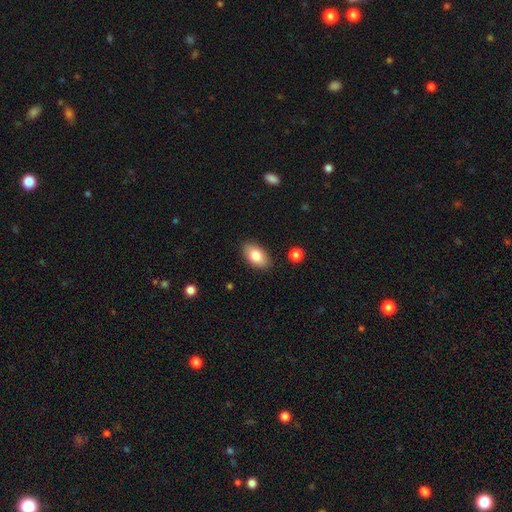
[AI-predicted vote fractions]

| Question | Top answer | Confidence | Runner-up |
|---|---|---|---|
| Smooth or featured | smooth | 82% | featured or disk (12%) |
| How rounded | in between | 94% | round (4%) |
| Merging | none | 88% | minor disturbance (9%) |